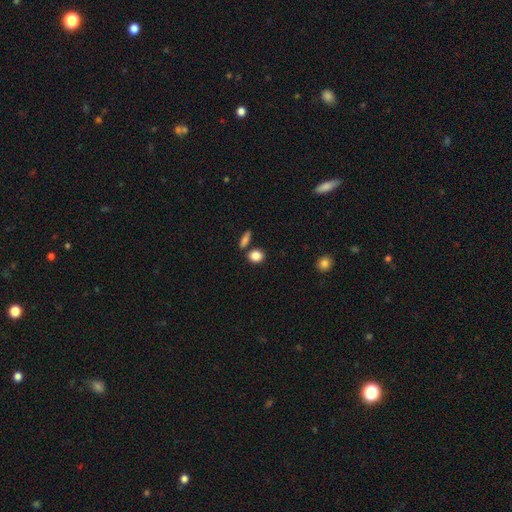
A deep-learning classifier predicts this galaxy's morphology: A smooth galaxy with no disk features (86%) that is round (55%).

Vote fractions:
- Smooth or featured? smooth: 86% / star or artifact: 9% / featured or disk: 5%
- How rounded? round: 55% / in between: 42% / cigar-shaped: 3%
- Merging? none: 74% / merger: 12% / minor disturbance: 11% / major disturbance: 3%